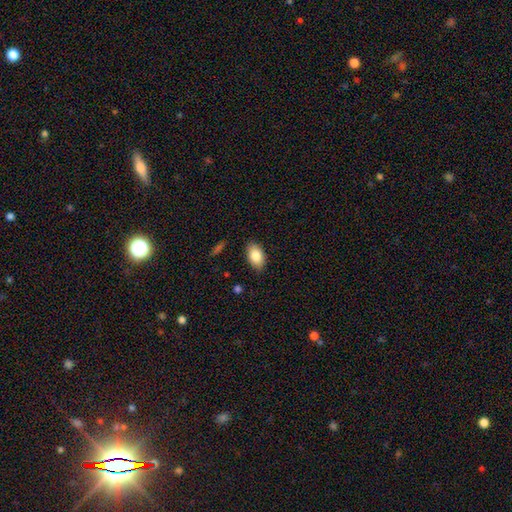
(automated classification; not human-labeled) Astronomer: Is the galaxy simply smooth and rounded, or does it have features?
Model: smooth — 84%.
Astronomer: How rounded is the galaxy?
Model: in between — 92%.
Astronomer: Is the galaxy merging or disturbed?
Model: none — 86%.